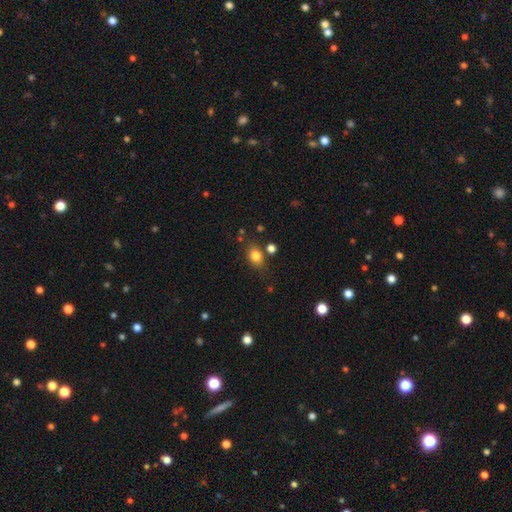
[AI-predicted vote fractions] smooth-or-featured: smooth: 81% | star or artifact: 11% | featured or disk: 8%
  how-rounded: in between: 68% | round: 31% | cigar-shaped: 2%
  merging: none: 74% | minor disturbance: 15% | merger: 7% | major disturbance: 4%